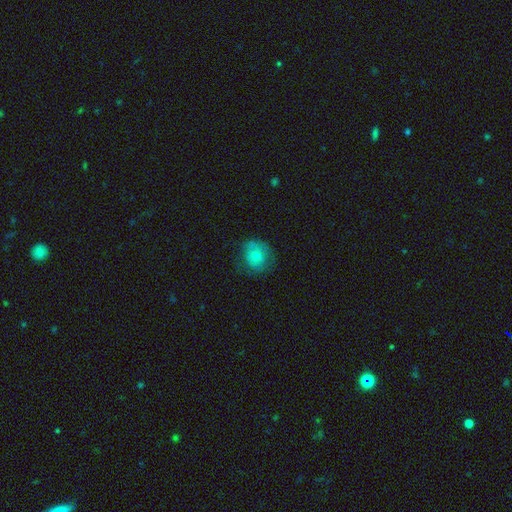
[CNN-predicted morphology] A smooth galaxy with no disk features (72%) that is round (80%). Merging: none (66%).